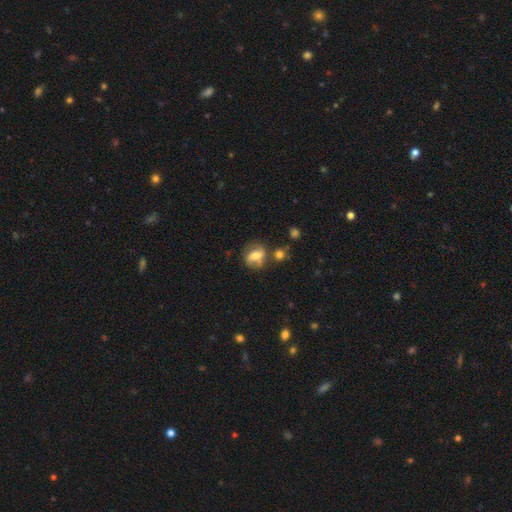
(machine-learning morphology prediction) smooth 52%, featured or disk 39%, star or artifact 9%. Down the decision tree: how rounded — in between (53%); merging — none (56%).